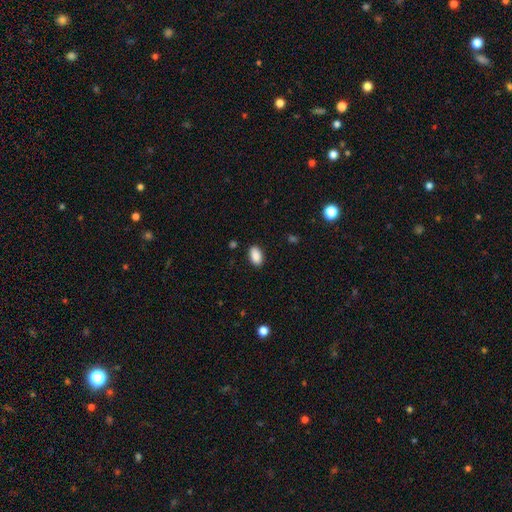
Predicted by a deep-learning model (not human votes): Smooth or featured: smooth — 89% (star or artifact — 7%)
How rounded: in between — 93% (round — 6%)
Merging: none — 88% (minor disturbance — 9%)